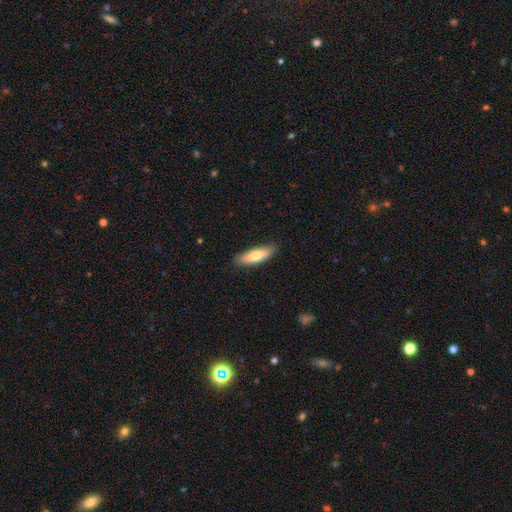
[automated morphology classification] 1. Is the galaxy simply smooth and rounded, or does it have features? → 70% smooth, 24% featured or disk, 6% star or artifact.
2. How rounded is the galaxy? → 55% cigar-shaped, 43% in between, 2% round.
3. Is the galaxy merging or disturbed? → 87% none, 10% minor disturbance, 2% major disturbance, 1% merger.